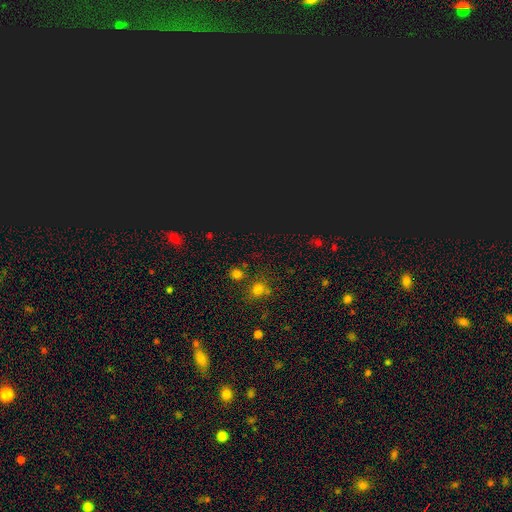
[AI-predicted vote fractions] Smooth or featured: star or artifact — 49% (smooth — 44%)